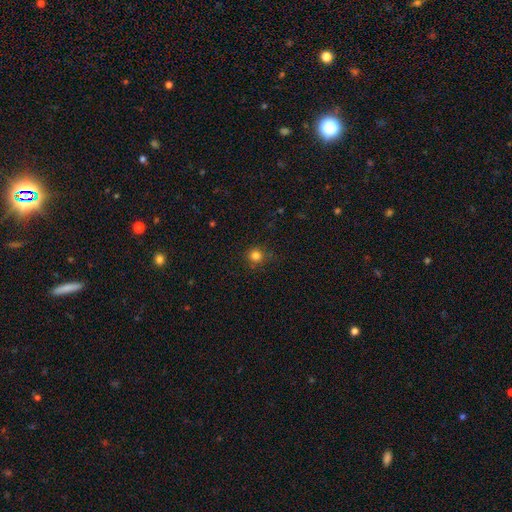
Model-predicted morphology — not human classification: Overall: smooth (81%). How rounded: round (93%). Merging: none (84%).